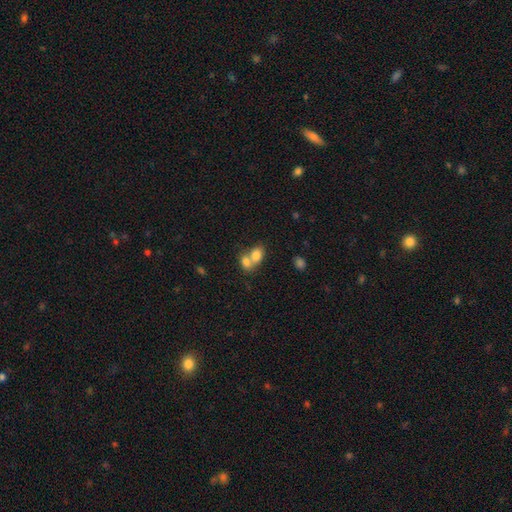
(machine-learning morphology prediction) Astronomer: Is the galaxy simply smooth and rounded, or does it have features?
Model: smooth — 78%.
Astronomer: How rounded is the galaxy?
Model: in between — 71%.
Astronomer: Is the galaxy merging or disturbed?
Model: merger — 69%.